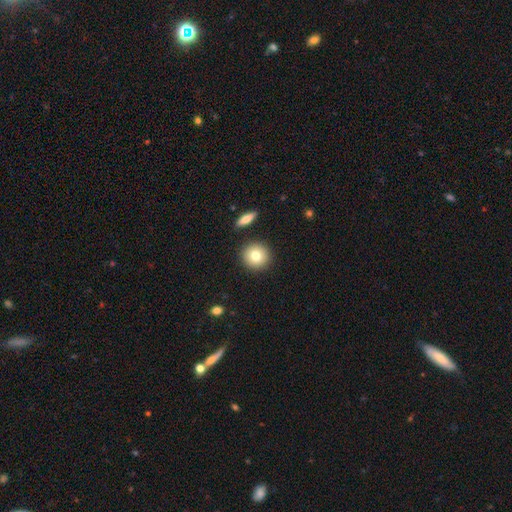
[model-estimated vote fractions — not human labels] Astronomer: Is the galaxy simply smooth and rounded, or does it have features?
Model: smooth — 78%.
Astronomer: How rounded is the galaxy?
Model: round — 92%.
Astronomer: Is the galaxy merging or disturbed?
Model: none — 89%.